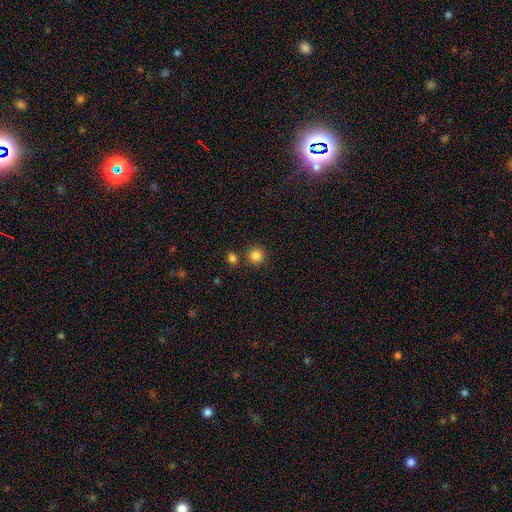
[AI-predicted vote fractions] This appears to be a smooth galaxy with no disk features (85%) that is round (94%). Merging: none (81%).